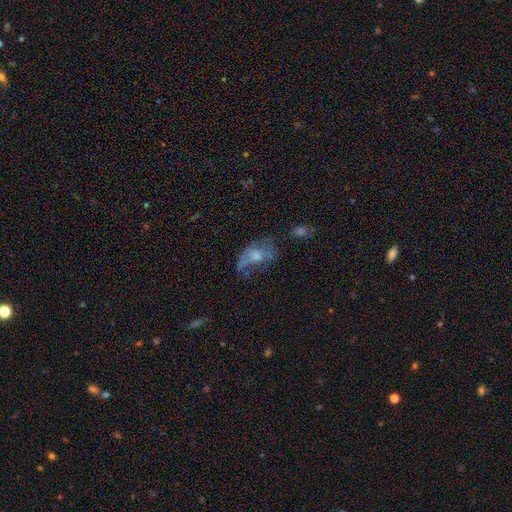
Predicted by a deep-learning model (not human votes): Morphology: type=featured or disk (46%); merging=none (34%, tied with major disturbance).